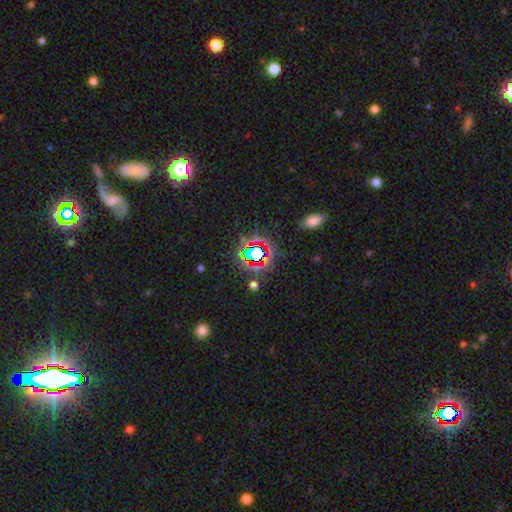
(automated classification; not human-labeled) star or artifact 73%, smooth 17%, featured or disk 10%.